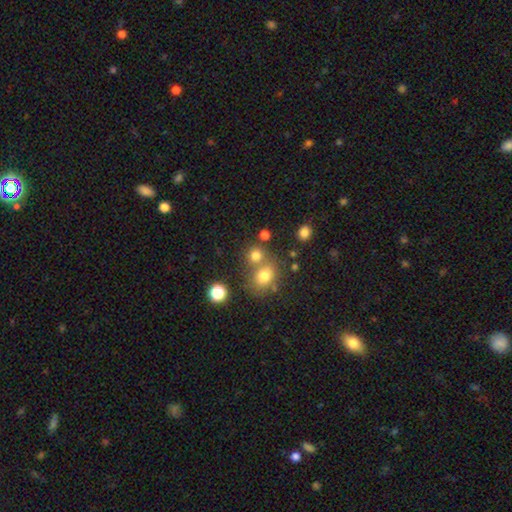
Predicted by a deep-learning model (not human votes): smooth 75%, star or artifact 16%, featured or disk 9%. Down the decision tree: how rounded — round (77%); merging — none (54%).